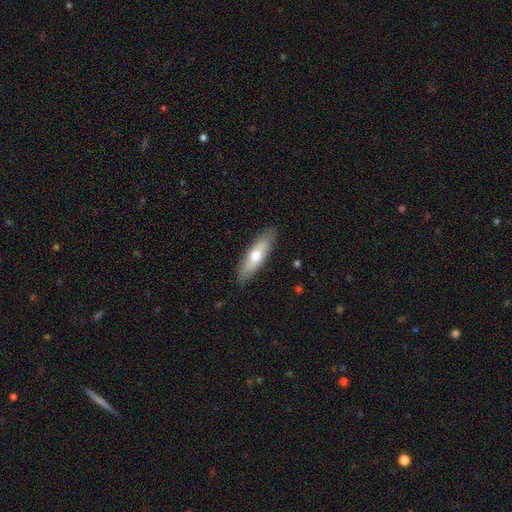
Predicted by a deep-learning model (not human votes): smooth-or-featured: smooth: 63% | featured or disk: 32% | star or artifact: 5%
  how-rounded: cigar-shaped: 54% | in between: 43% | round: 2%
  merging: none: 87% | minor disturbance: 10% | major disturbance: 2% | merger: 1%